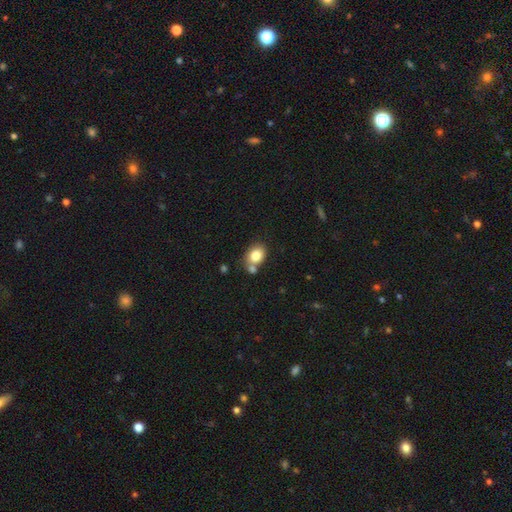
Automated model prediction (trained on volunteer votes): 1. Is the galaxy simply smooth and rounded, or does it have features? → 83% smooth, 9% star or artifact, 9% featured or disk.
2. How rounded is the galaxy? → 61% in between, 38% round, 1% cigar-shaped.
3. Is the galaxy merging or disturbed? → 53% none, 28% merger, 14% minor disturbance, 4% major disturbance.